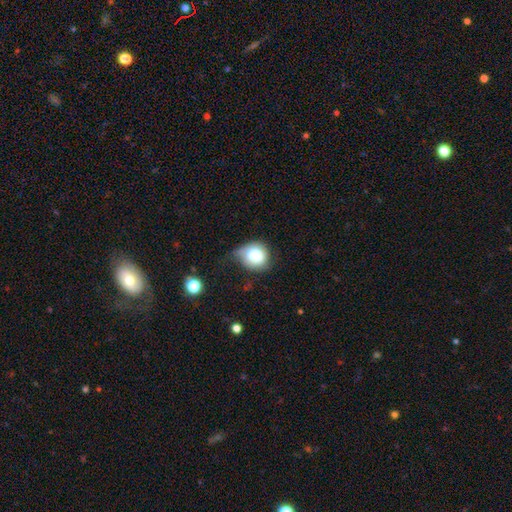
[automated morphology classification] This is likely a smooth galaxy (78%). How rounded: likely round (71%). Merging: marginally minor disturbance (41%).